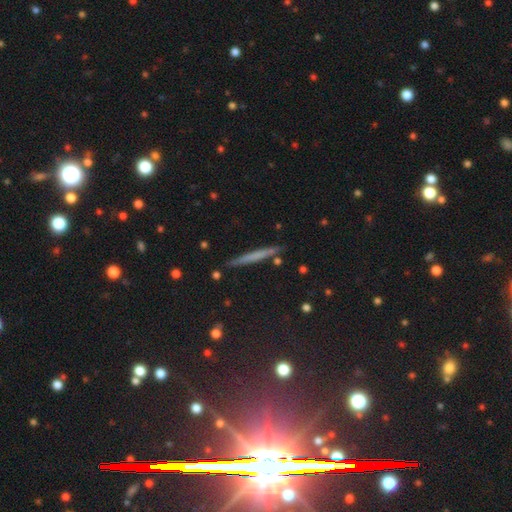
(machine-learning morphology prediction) smooth 50%, featured or disk 39%, star or artifact 11%. Down the decision tree: how rounded — cigar-shaped (95%); merging — none (88%).